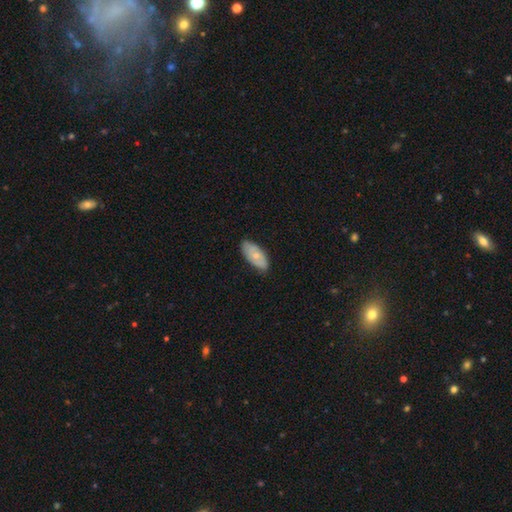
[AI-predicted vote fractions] Morphology: type=smooth (61%); roundness=in between (91%); merging=none (79%).